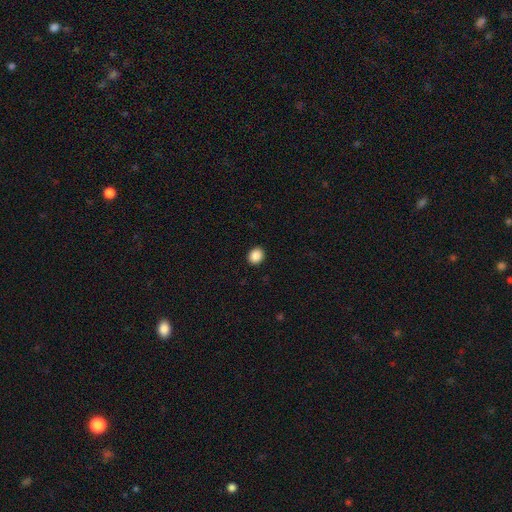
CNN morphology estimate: A smooth galaxy with no disk features (88%) that is round (66%). Merging: none (92%).